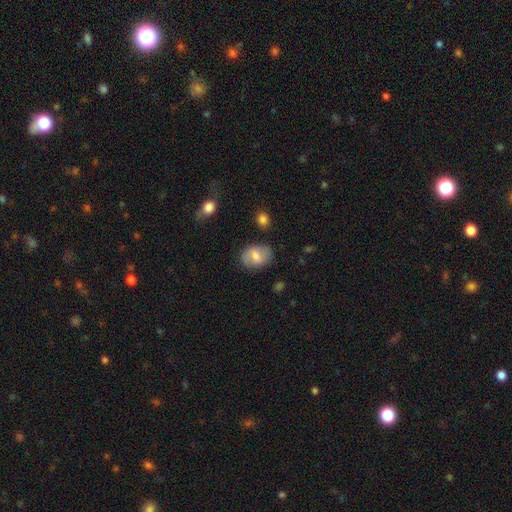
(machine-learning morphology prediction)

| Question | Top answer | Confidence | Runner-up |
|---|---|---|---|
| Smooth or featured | smooth | 60% | featured or disk (32%) |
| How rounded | in between | 69% | round (29%) |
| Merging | none | 75% | minor disturbance (16%) |